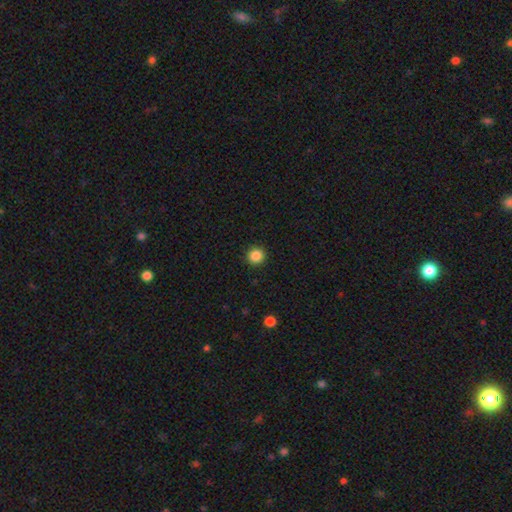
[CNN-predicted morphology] smooth 86%, star or artifact 11%, featured or disk 3%. Down the decision tree: how rounded — round (95%); merging — none (93%).